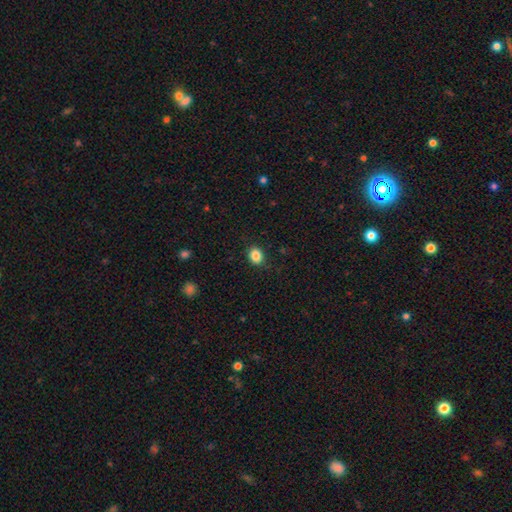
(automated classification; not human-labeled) smooth_or_featured: smooth (p=0.86) [alt: star or artifact p=0.10]
how_rounded: round (p=0.53) [alt: in between p=0.46]
merging: none (p=0.87) [alt: minor disturbance p=0.09]